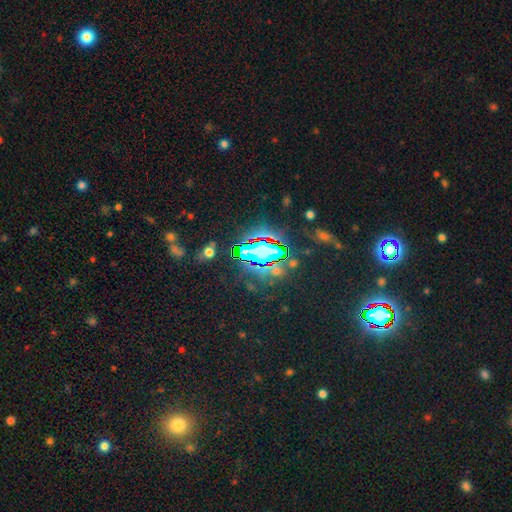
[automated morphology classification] Smooth or featured? star or artifact (81%)